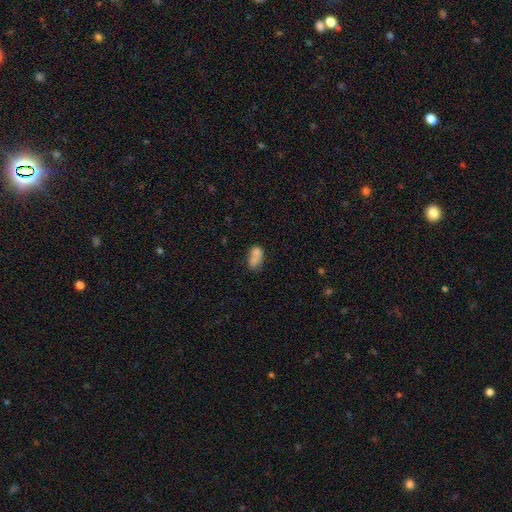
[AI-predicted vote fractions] Smooth or featured: smooth — 74% (featured or disk — 16%)
How rounded: in between — 80% (round — 18%)
Merging: merger — 45% (none — 31%)